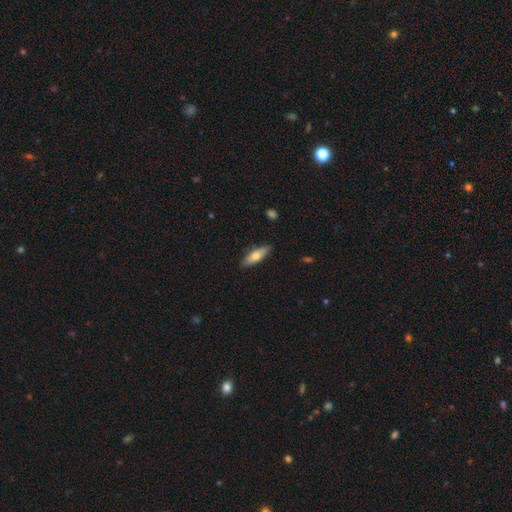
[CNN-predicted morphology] This is likely a smooth galaxy (65%). How rounded: possibly in between (50%). Merging: clearly none (86%).